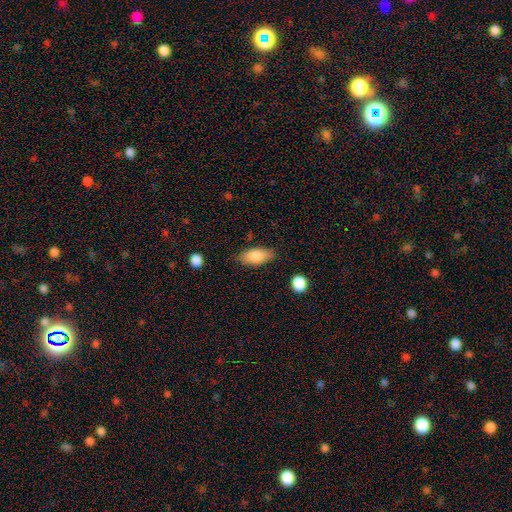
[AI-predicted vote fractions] Smooth or featured?
  - smooth: 82% *
  - featured or disk: 12%
  - star or artifact: 6%
How rounded?
  - in between: 87% *
  - cigar-shaped: 11%
  - round: 3%
Merging?
  - none: 81% *
  - minor disturbance: 14%
  - major disturbance: 3%
  - merger: 2%